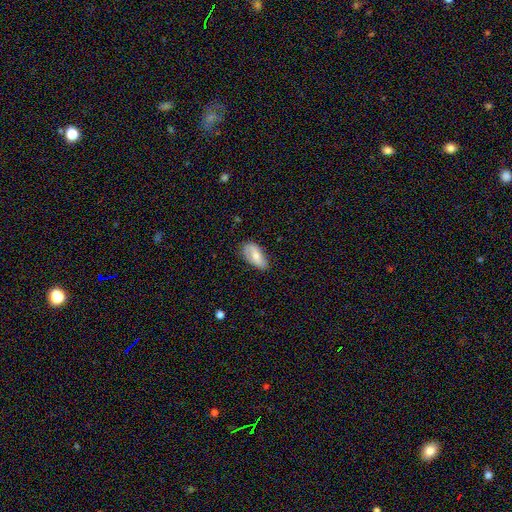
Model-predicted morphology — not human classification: Smooth or featured?
  - smooth: 66% *
  - featured or disk: 27%
  - star or artifact: 7%
How rounded?
  - in between: 90% *
  - cigar-shaped: 7%
  - round: 3%
Merging?
  - none: 72% *
  - minor disturbance: 22%
  - major disturbance: 5%
  - merger: 1%